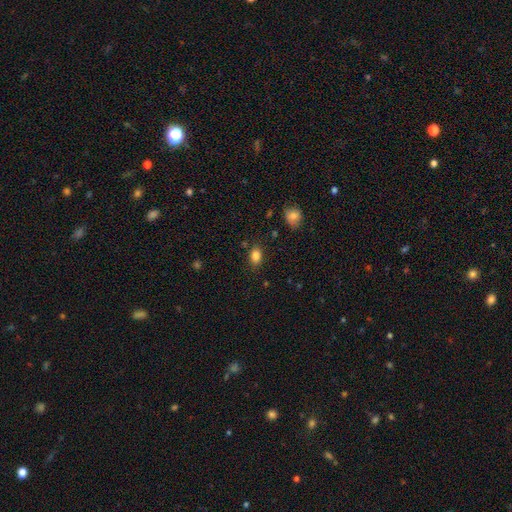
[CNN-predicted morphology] Overall: smooth (84%). How rounded: in between (79%). Merging: none (84%).